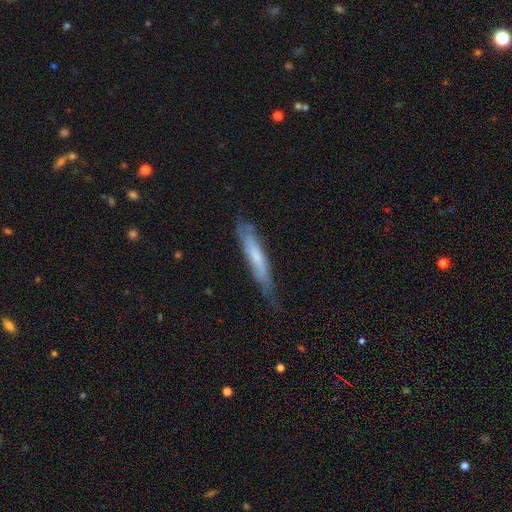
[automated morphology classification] A smooth galaxy with no disk features (47%, tied with featured or disk). Merging: none (61%).